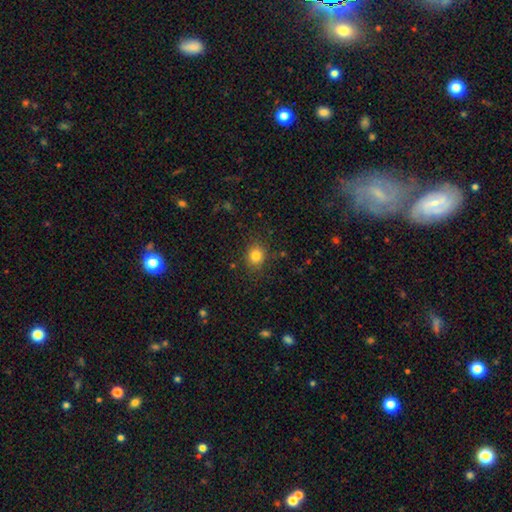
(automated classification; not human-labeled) smooth 82%, star or artifact 12%, featured or disk 6%. Down the decision tree: how rounded — round (76%); merging — none (85%).